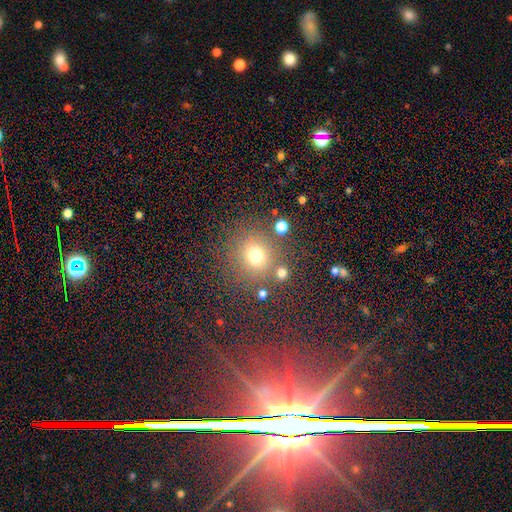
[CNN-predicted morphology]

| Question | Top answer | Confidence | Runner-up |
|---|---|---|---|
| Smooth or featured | smooth | 71% | star or artifact (20%) |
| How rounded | round | 89% | in between (10%) |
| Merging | none | 76% | minor disturbance (10%) |